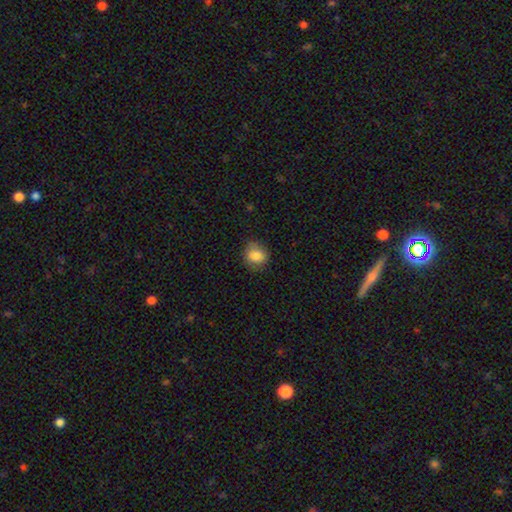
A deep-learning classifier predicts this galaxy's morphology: type=smooth (83%); roundness=round (76%); merging=none (80%).